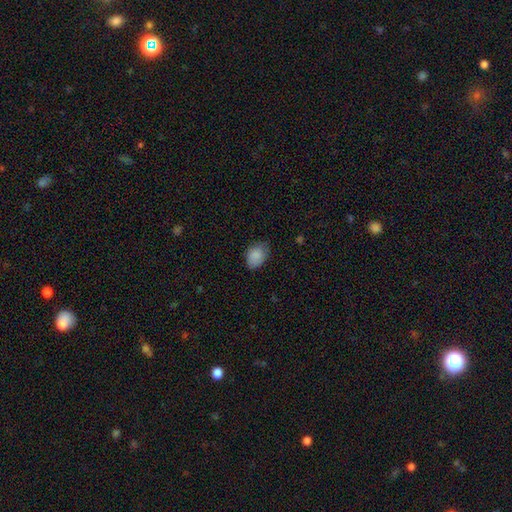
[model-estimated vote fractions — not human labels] smooth_or_featured: smooth (p=0.86) [alt: star or artifact p=0.08]
how_rounded: in between (p=0.72) [alt: round p=0.26]
merging: none (p=0.68) [alt: minor disturbance p=0.26]